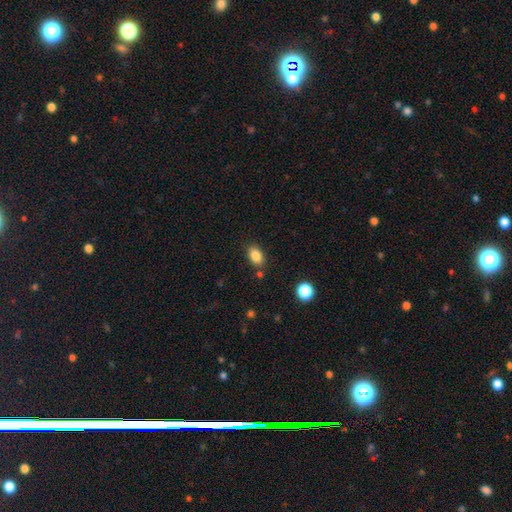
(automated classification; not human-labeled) Smooth or featured? Predicted: smooth (p=0.85). How rounded? Predicted: in between (p=0.87). Merging? Predicted: none (p=0.82).